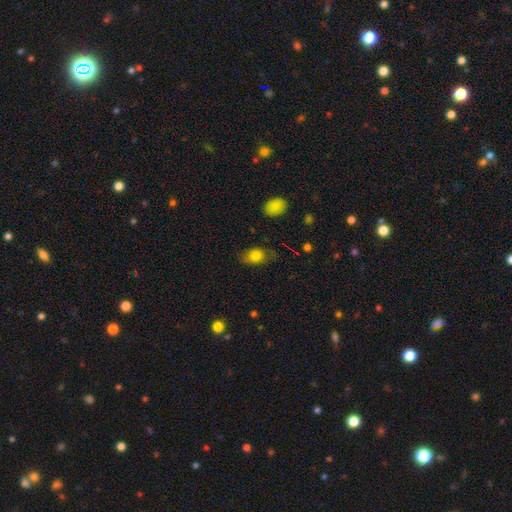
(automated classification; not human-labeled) smooth-or-featured: smooth: 79% | featured or disk: 12% | star or artifact: 9%
  how-rounded: in between: 81% | round: 17% | cigar-shaped: 3%
  merging: none: 73% | minor disturbance: 20% | major disturbance: 6% | merger: 2%